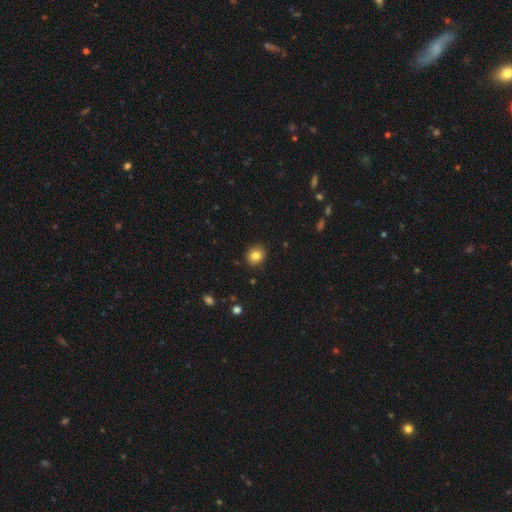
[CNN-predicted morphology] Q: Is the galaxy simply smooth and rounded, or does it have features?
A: smooth — 83%.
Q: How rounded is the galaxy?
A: round — 75%.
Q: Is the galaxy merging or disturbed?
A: none — 89%.